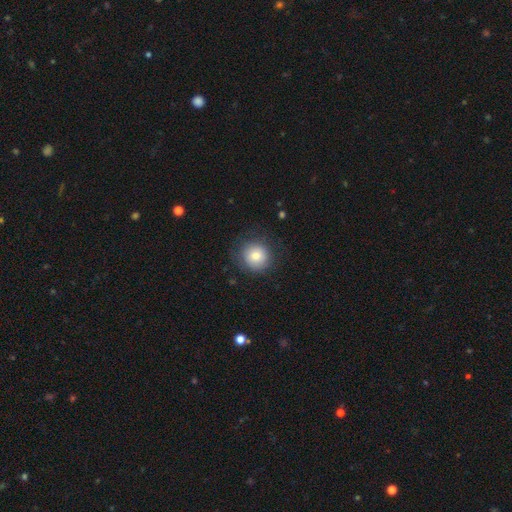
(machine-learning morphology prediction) A smooth galaxy with no disk features (79%) that is round (91%).

Vote fractions:
- Smooth or featured? smooth: 79% / featured or disk: 12% / star or artifact: 9%
- How rounded? round: 91% / in between: 8% / cigar-shaped: 1%
- Merging? none: 81% / minor disturbance: 12% / major disturbance: 5% / merger: 1%